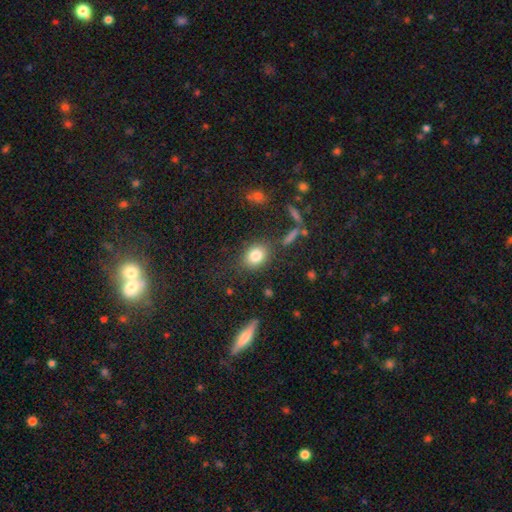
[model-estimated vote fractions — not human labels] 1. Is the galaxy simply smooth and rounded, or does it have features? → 82% smooth, 10% star or artifact, 8% featured or disk.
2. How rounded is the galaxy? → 50% round, 48% in between, 2% cigar-shaped.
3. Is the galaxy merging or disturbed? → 78% none, 12% minor disturbance, 5% major disturbance, 5% merger.